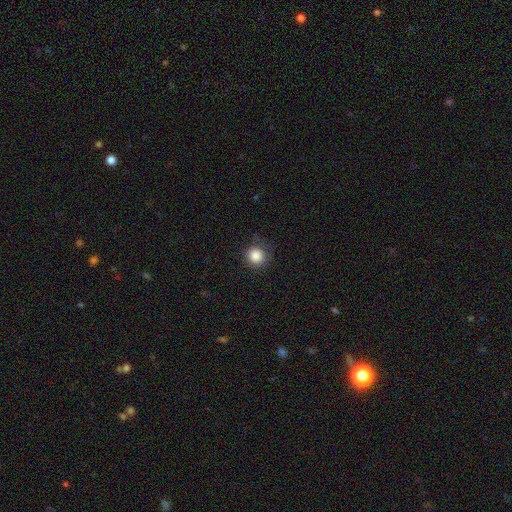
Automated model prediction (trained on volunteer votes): Smooth or featured: smooth — 86% (star or artifact — 10%)
How rounded: round — 93% (in between — 6%)
Merging: none — 79% (minor disturbance — 15%)